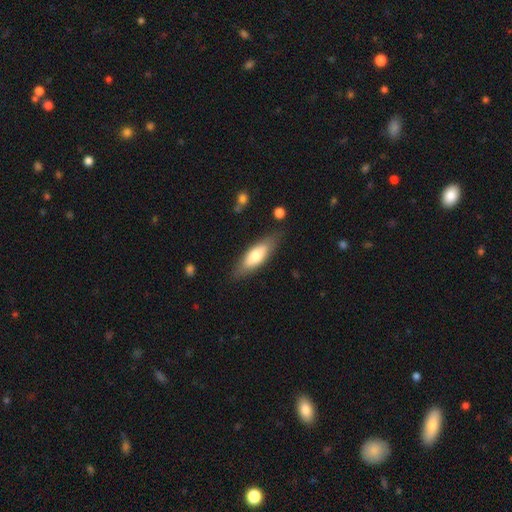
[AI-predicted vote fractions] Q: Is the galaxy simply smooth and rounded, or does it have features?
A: smooth — 66%.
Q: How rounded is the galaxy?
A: in between — 60%.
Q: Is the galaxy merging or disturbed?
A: none — 80%.